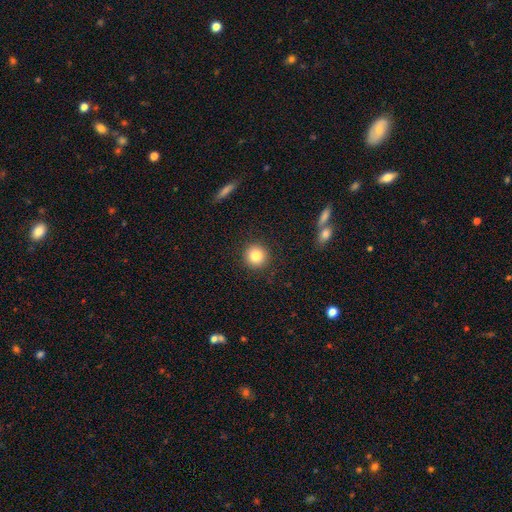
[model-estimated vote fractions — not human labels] Morphology: type=smooth (83%); roundness=round (94%); merging=none (91%).